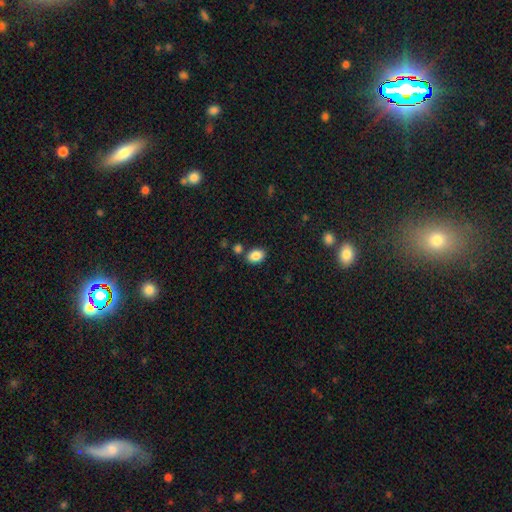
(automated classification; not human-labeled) smooth-or-featured: smooth: 86% | star or artifact: 8% | featured or disk: 5%
  how-rounded: in between: 82% | round: 17% | cigar-shaped: 1%
  merging: none: 77% | minor disturbance: 11% | merger: 9% | major disturbance: 3%